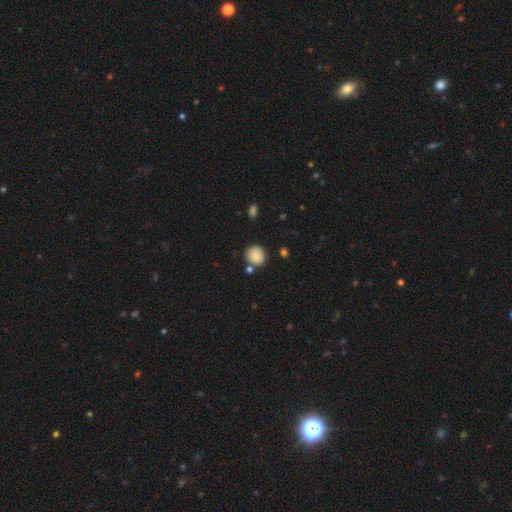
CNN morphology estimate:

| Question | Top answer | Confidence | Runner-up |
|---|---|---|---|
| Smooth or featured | smooth | 87% | star or artifact (9%) |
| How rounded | round | 86% | in between (13%) |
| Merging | none | 77% | minor disturbance (11%) |